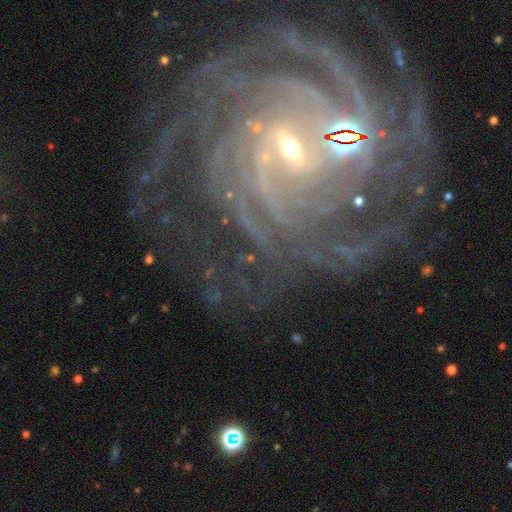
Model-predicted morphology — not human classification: Smooth or featured?
  - featured or disk: 88% *
  - star or artifact: 8%
  - smooth: 4%
Edge-on disk?
  - no: 98% *
  - yes: 2%
Bar?
  - weak: 41% *
  - strong: 35%
  - no: 23%
Spiral arms?
  - yes: 98% *
  - no: 2%
Spiral winding?
  - tight: 69% *
  - medium: 26%
  - loose: 5%
Spiral arm count?
  - more than 4: 29% *
  - 4: 23%
  - can't tell: 18%
  - 3: 12%
  - 2: 10%
  - 1: 8%
Bulge size?
  - small: 76% *
  - moderate: 19%
  - none: 2%
  - large: 2%
  - dominant: 1%
Merging?
  - none: 67% *
  - minor disturbance: 15%
  - major disturbance: 13%
  - merger: 5%